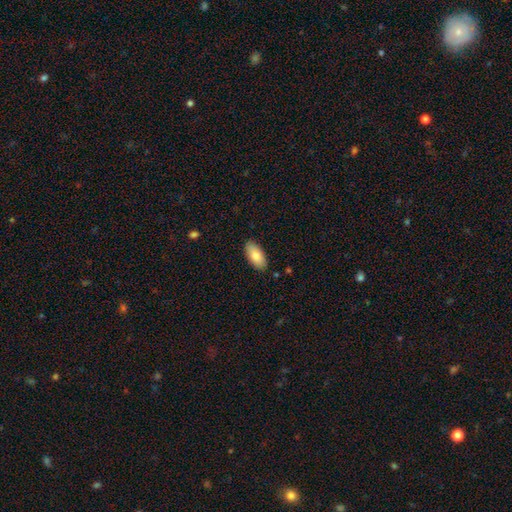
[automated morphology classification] Smooth or featured? Predicted: smooth (p=0.82). How rounded? Predicted: in between (p=0.91). Merging? Predicted: none (p=0.88).